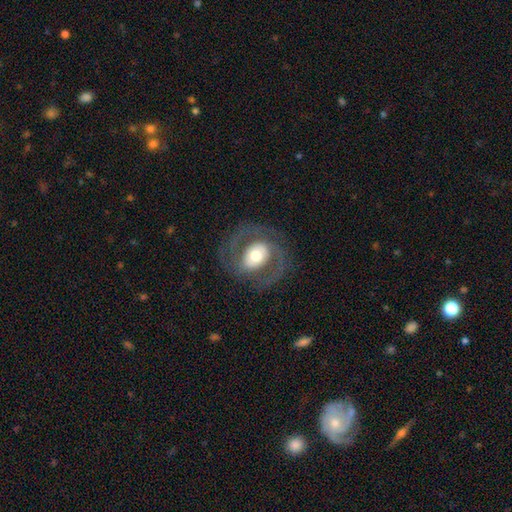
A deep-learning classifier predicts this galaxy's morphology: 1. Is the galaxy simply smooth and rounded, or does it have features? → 76% featured or disk, 18% smooth, 6% star or artifact.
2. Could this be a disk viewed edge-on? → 97% no, 3% yes.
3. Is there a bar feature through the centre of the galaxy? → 54% no, 30% weak, 16% strong.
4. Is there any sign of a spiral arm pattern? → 80% yes, 20% no.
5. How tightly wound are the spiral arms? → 51% medium, 31% tight, 18% loose.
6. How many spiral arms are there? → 86% 2, 6% can't tell, 3% 1, 2% 3, 1% 4, 1% more than 4.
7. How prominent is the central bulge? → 58% moderate, 29% large, 8% small, 4% dominant, 1% none.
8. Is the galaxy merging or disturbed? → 78% none, 11% minor disturbance, 10% major disturbance, 1% merger.